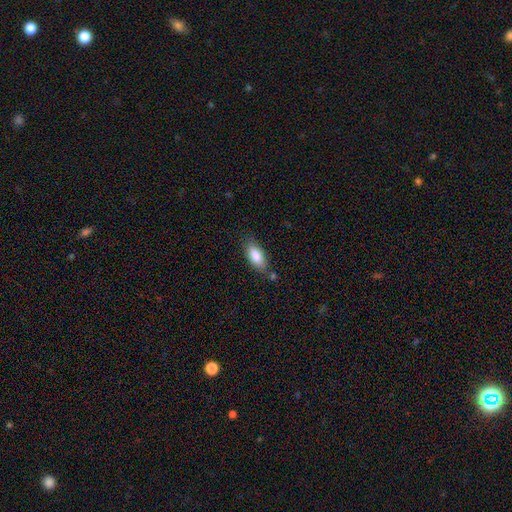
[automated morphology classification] Smooth or featured? Predicted: smooth (p=0.84). How rounded? Predicted: in between (p=0.83). Merging? Predicted: none (p=0.71).